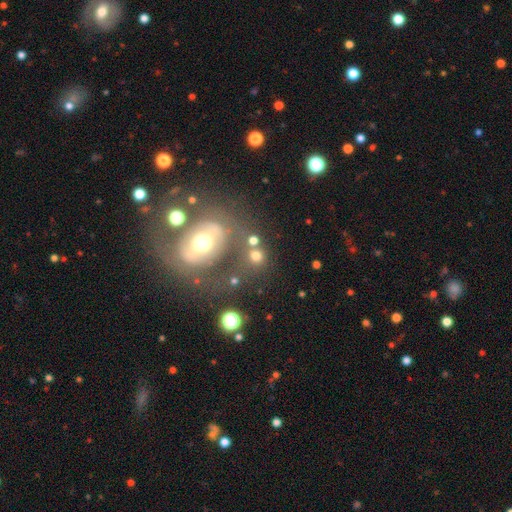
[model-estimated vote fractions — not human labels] smooth_or_featured: smooth (p=0.65) [alt: star or artifact p=0.18]
how_rounded: round (p=0.81) [alt: in between p=0.18]
merging: none (p=0.66) [alt: merger p=0.16]